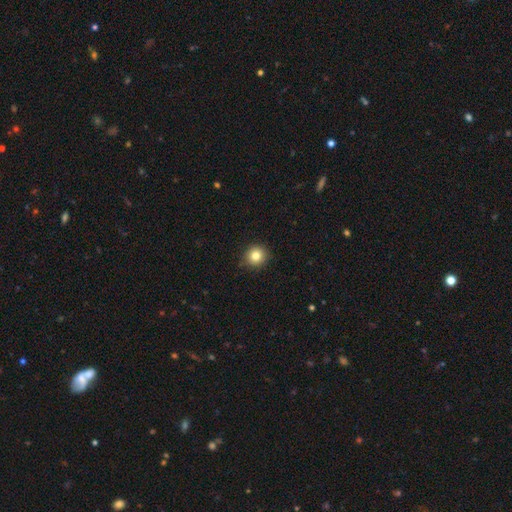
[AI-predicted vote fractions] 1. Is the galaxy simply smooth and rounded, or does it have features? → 82% smooth, 11% star or artifact, 7% featured or disk.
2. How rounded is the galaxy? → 90% round, 9% in between, 1% cigar-shaped.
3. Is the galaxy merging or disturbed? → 89% none, 8% minor disturbance, 2% major disturbance, 1% merger.